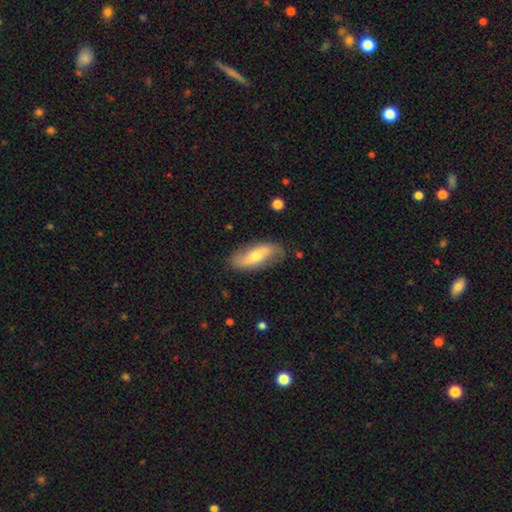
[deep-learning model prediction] This is possibly a smooth galaxy (49%). Merging: clearly none (81%).